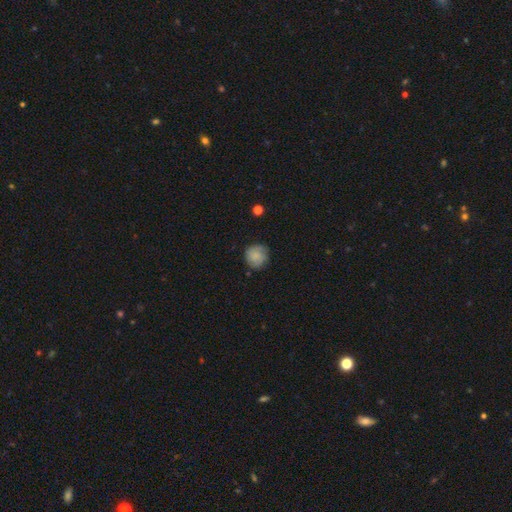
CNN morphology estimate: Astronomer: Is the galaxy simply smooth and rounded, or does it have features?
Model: smooth — 78%.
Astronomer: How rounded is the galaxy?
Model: round — 91%.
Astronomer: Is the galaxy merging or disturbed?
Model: none — 77%.